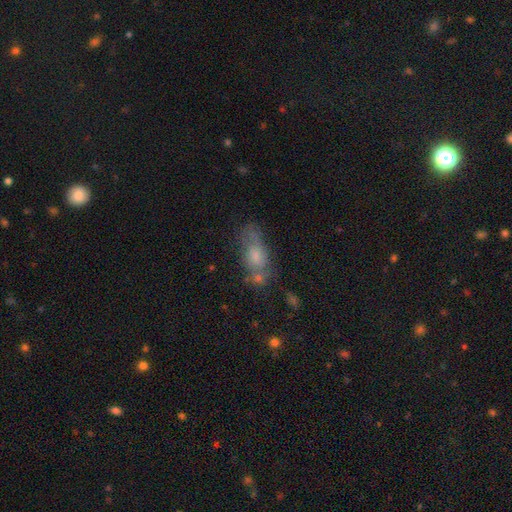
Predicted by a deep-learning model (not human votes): smooth 54%, featured or disk 32%, star or artifact 14%. Down the decision tree: how rounded — in between (76%); merging — none (43%).